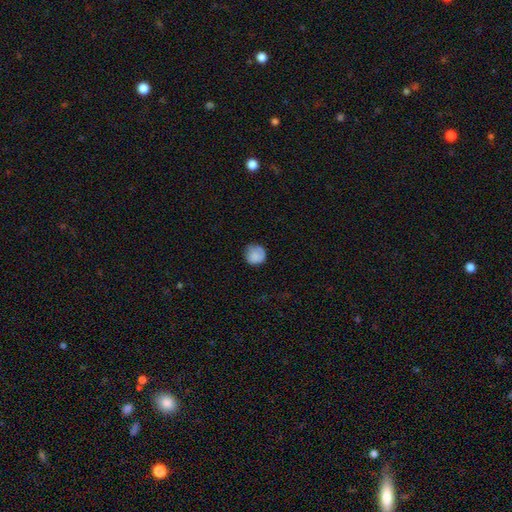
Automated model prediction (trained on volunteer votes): smooth-or-featured: smooth: 82% | featured or disk: 10% | star or artifact: 8%
  how-rounded: round: 90% | in between: 9% | cigar-shaped: 1%
  merging: none: 72% | minor disturbance: 21% | major disturbance: 6% | merger: 1%